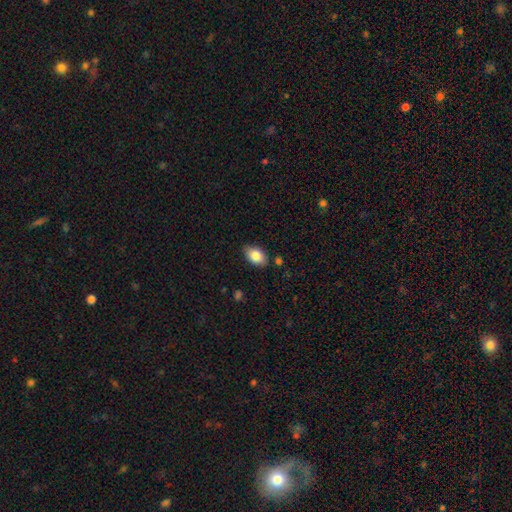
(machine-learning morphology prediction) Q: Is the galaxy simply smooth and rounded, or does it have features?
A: smooth — 84%.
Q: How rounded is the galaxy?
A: in between — 87%.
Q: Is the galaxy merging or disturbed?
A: none — 80%.